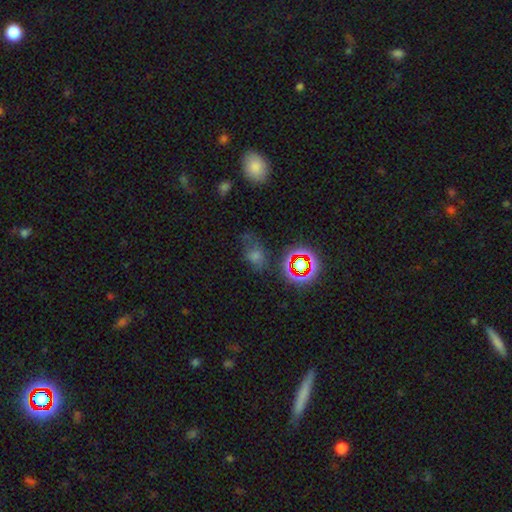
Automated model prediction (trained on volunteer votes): smooth_or_featured: smooth (p=0.45) [alt: star or artifact p=0.40]
merging: none (p=0.63) [alt: minor disturbance p=0.20]